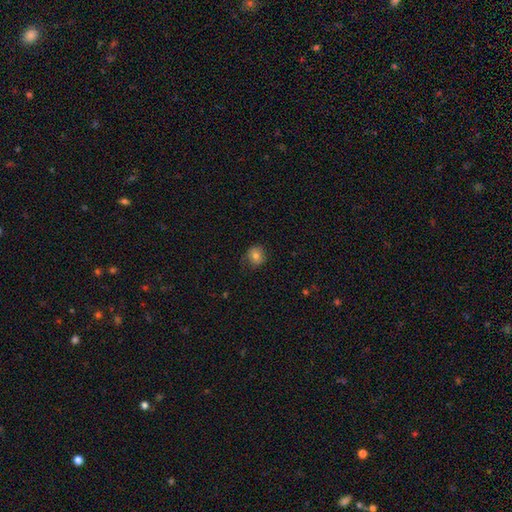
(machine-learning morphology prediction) Smooth or featured? Predicted: smooth (p=0.77). How rounded? Predicted: round (p=0.84). Merging? Predicted: none (p=0.76).